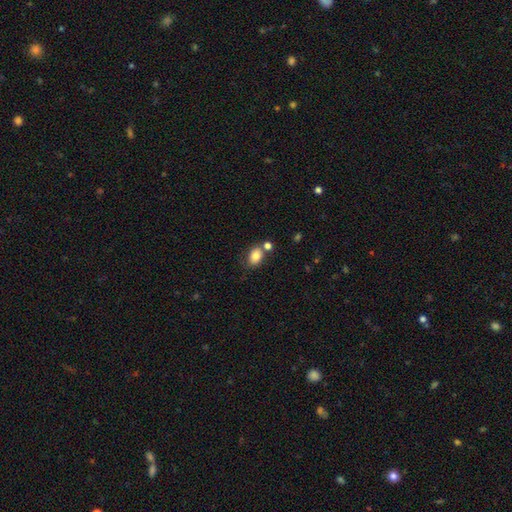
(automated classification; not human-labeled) This is clearly a smooth galaxy (82%). How rounded: likely in between (78%). Merging: possibly none (56%).